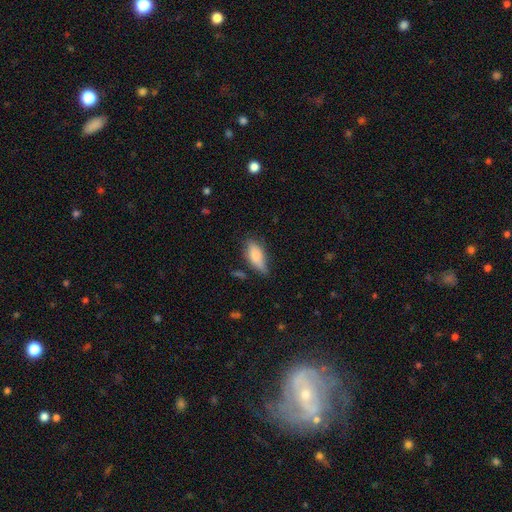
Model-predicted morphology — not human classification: Smooth or featured: smooth — 75% (featured or disk — 18%)
How rounded: in between — 77% (cigar-shaped — 21%)
Merging: none — 63% (minor disturbance — 28%)